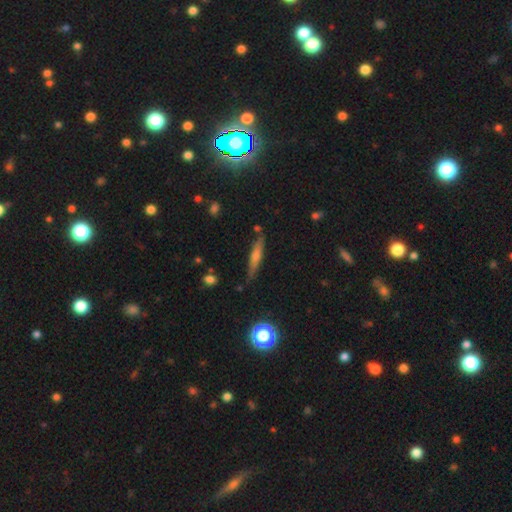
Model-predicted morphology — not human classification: Smooth or featured?
  - featured or disk: 54% *
  - smooth: 31%
  - star or artifact: 15%
Edge-on disk?
  - yes: 94% *
  - no: 6%
Edge-on bulge?
  - rounded: 74% *
  - none: 16%
  - boxy: 9%
Merging?
  - none: 85% *
  - minor disturbance: 11%
  - major disturbance: 2%
  - merger: 2%